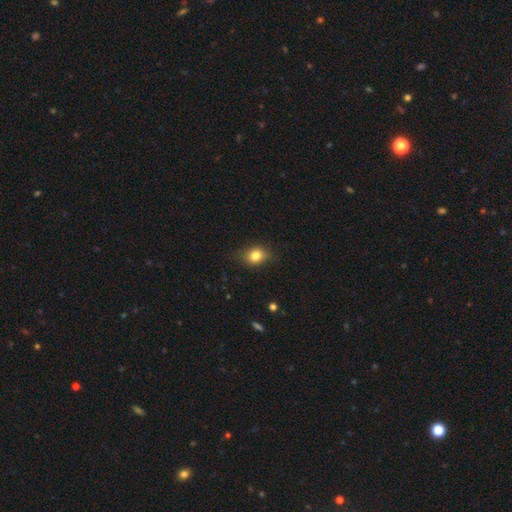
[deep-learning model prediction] The model was most divided on "how rounded": in between: 55%, round: 43%, cigar-shaped: 2%. More confident: smooth or featured — smooth (80%); merging — none (77%).